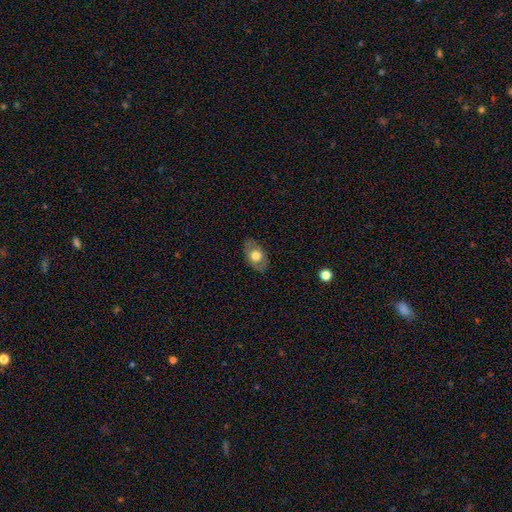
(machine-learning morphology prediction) The model was most divided on "smooth or featured": smooth: 61%, featured or disk: 32%, star or artifact: 7%. More confident: how rounded — in between (83%); merging — none (82%).